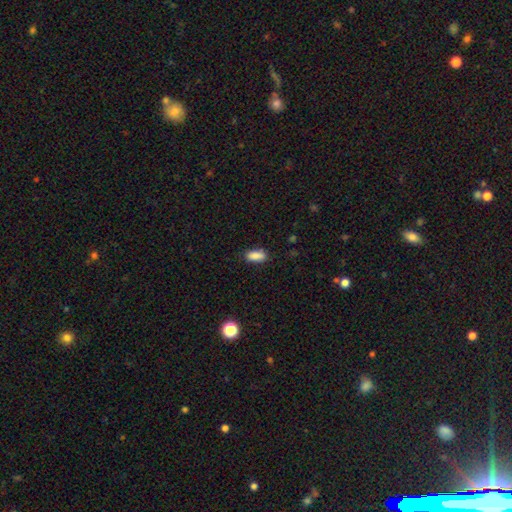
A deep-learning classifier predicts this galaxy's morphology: type=smooth (87%); roundness=in between (85%); merging=none (82%).